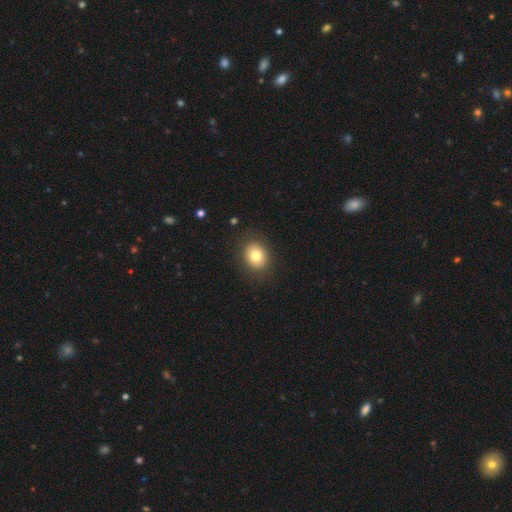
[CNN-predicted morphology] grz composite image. It shows a smooth galaxy with no disk features (79%) that is round (56%). Merging: none (87%).